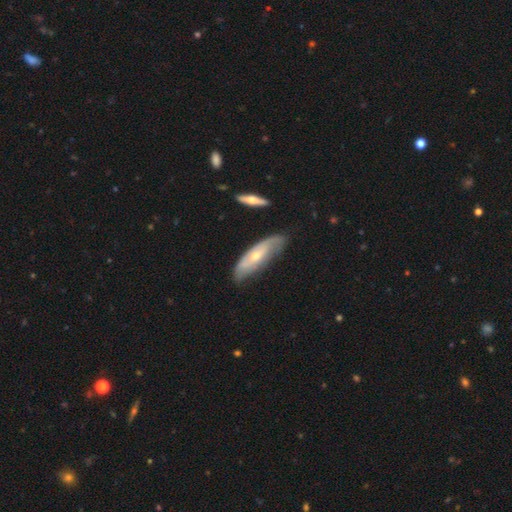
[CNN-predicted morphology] A featured or disk galaxy (58%). Merging: none (60%).